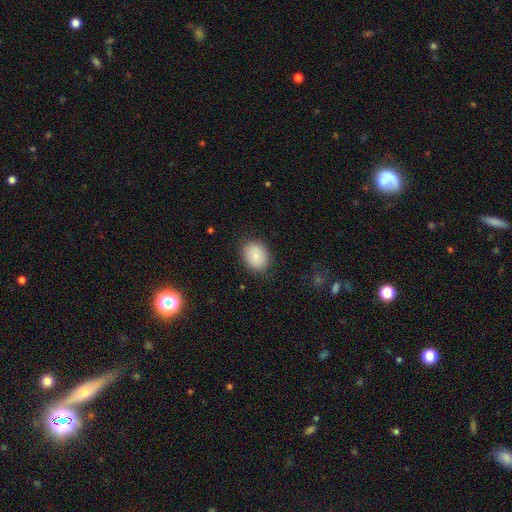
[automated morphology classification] smooth 85%, star or artifact 8%, featured or disk 7%. Down the decision tree: how rounded — in between (53%); merging — none (85%).